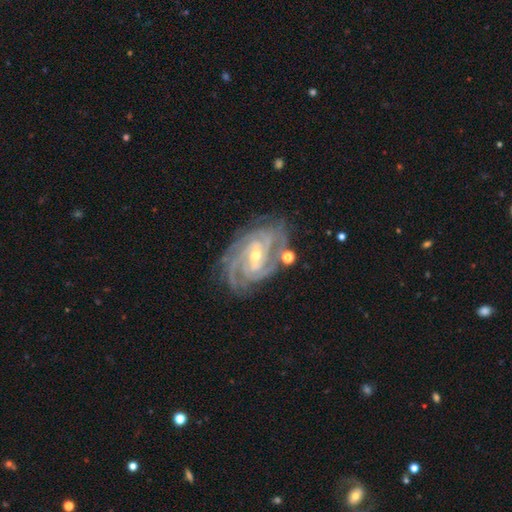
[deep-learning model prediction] This is clearly a featured or disk galaxy (92%). It is clearly not viewed edge-on (97%). Bar: marginally weak (44%). Spiral arm pattern: clearly yes (98%). Spiral arm count: marginally 4 (34%). Spiral winding: likely tight (72%). Central bulge: possibly small (59%). Merging: likely none (73%).